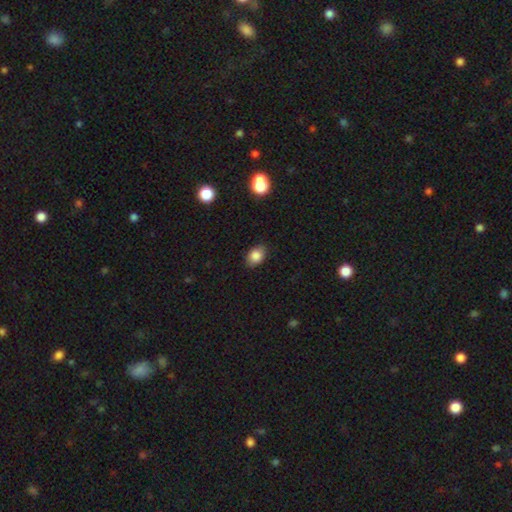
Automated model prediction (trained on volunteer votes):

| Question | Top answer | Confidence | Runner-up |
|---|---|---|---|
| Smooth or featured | smooth | 84% | star or artifact (9%) |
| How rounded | in between | 77% | round (22%) |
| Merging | none | 84% | minor disturbance (12%) |